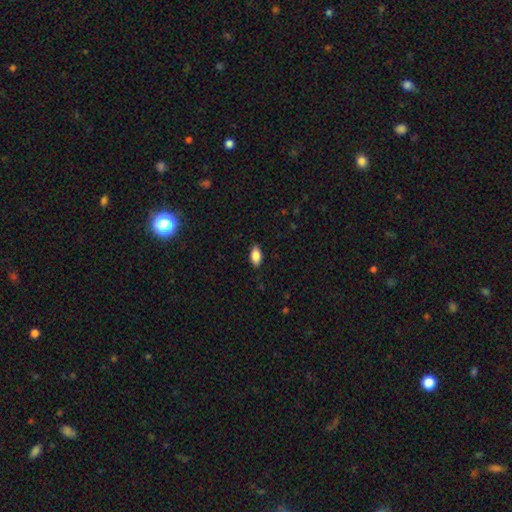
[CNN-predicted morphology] Smooth or featured? Predicted: smooth (p=0.86). How rounded? Predicted: in between (p=0.92). Merging? Predicted: none (p=0.86).